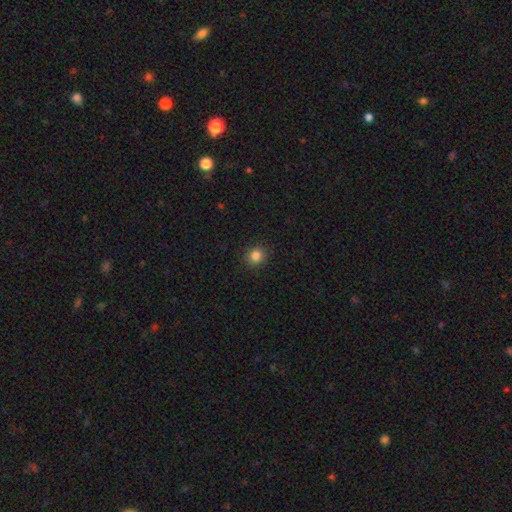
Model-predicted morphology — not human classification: A smooth galaxy with no disk features (83%) that is round (89%).

Vote fractions:
- Smooth or featured? smooth: 83% / star or artifact: 12% / featured or disk: 4%
- How rounded? round: 89% / in between: 11% / cigar-shaped: 1%
- Merging? none: 91% / minor disturbance: 6% / major disturbance: 2% / merger: 1%